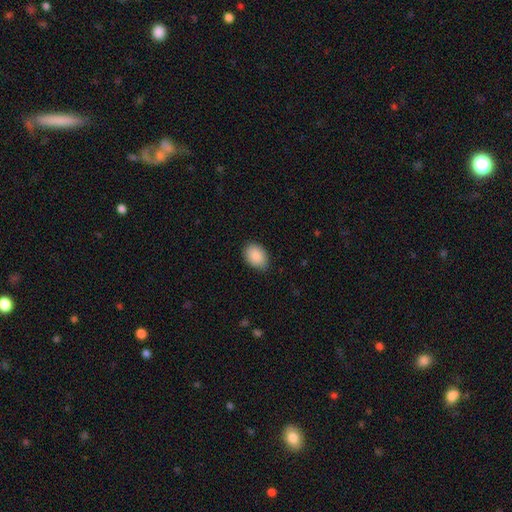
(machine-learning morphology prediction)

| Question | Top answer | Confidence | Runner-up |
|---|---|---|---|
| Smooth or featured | smooth | 90% | star or artifact (7%) |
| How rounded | in between | 82% | round (17%) |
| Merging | none | 83% | minor disturbance (14%) |